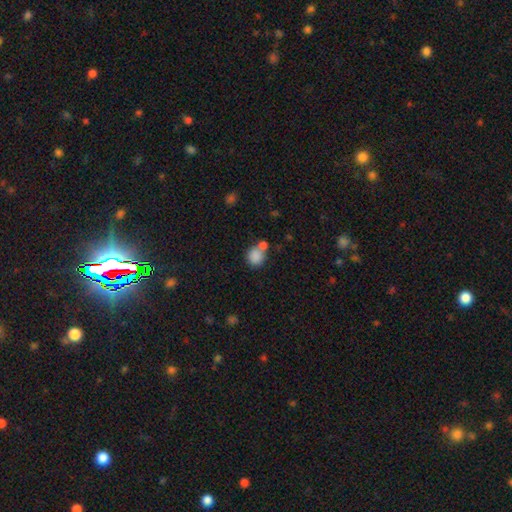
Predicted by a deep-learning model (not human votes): This is clearly a smooth galaxy (84%). How rounded: likely round (80%). Merging: possibly none (50%).